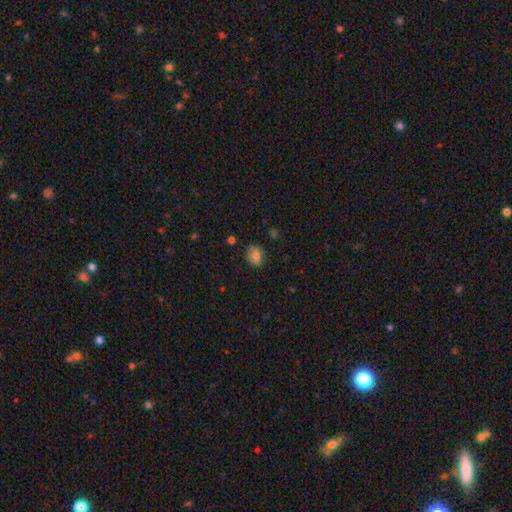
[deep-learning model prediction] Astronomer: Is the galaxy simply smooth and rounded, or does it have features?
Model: smooth — 80%.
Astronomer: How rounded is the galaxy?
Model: in between — 54% (runner-up: round, 45%).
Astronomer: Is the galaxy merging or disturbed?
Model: none — 75%.